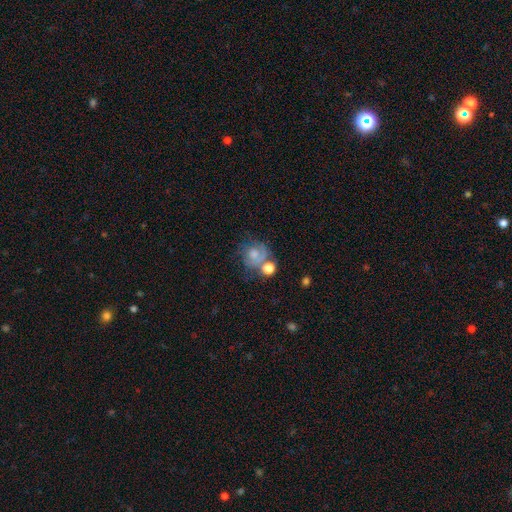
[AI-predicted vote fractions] Smooth or featured?
  - smooth: 49% *
  - featured or disk: 40%
  - star or artifact: 11%
Merging?
  - none: 41% *
  - merger: 23%
  - minor disturbance: 20%
  - major disturbance: 16%